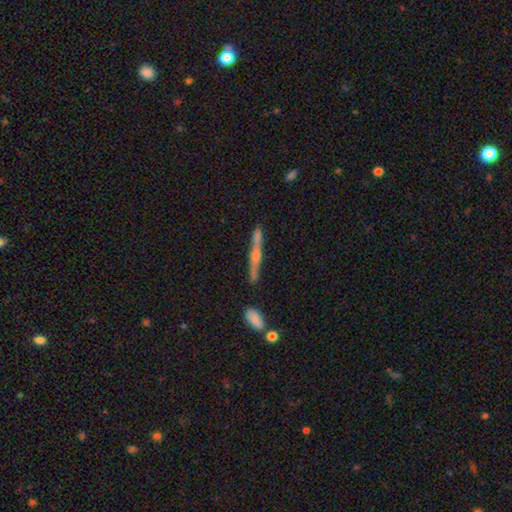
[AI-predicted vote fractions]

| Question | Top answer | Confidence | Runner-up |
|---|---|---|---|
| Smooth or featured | featured or disk | 65% | smooth (28%) |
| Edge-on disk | yes | 96% | no (4%) |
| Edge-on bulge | rounded | 72% | none (16%) |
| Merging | none | 81% | minor disturbance (11%) |